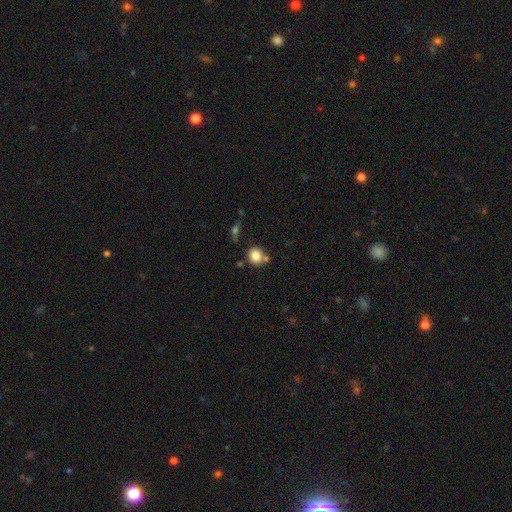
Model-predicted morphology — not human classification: Smooth or featured: smooth — 83% (star or artifact — 10%)
How rounded: round — 79% (in between — 20%)
Merging: none — 65% (merger — 18%)